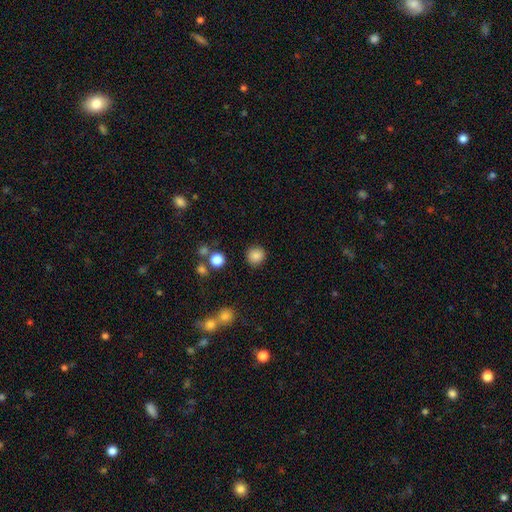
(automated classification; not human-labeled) smooth-or-featured: smooth: 85% | star or artifact: 11% | featured or disk: 4%
  how-rounded: round: 91% | in between: 8% | cigar-shaped: 1%
  merging: none: 87% | minor disturbance: 8% | major disturbance: 3% | merger: 2%